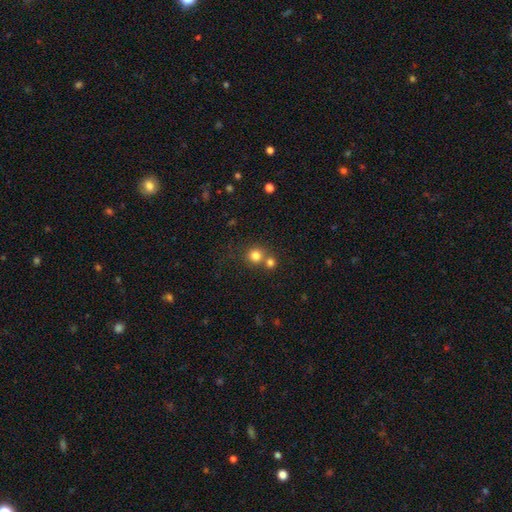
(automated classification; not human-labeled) Morphology: type=smooth (80%); roundness=round (91%); merging=none (58%).